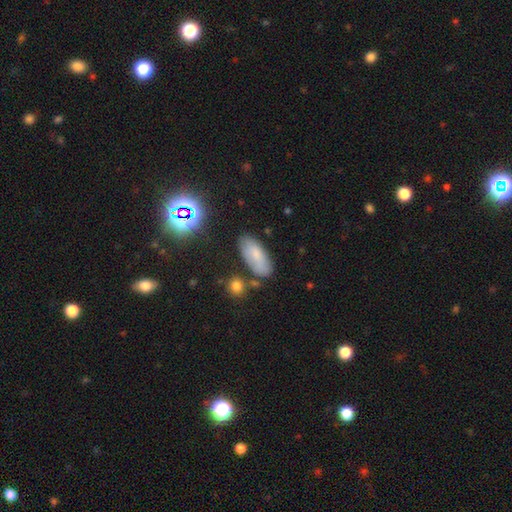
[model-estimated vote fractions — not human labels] A smooth galaxy with no disk features (73%) that is in between round and cigar-shaped (86%).

Vote fractions:
- Smooth or featured? smooth: 73% / featured or disk: 15% / star or artifact: 12%
- How rounded? in between: 86% / cigar-shaped: 12% / round: 3%
- Merging? none: 74% / minor disturbance: 16% / merger: 6% / major disturbance: 4%